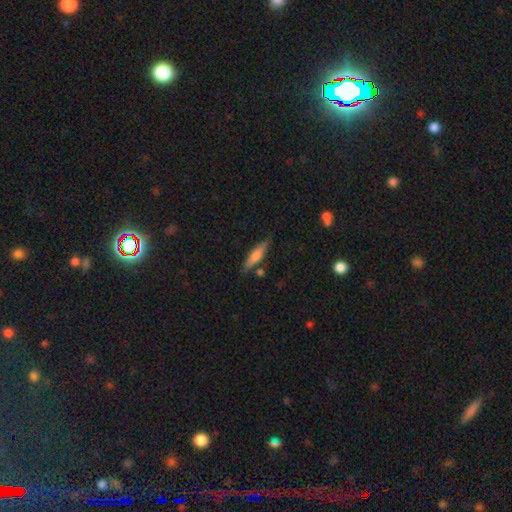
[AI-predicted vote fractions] This is likely a smooth galaxy (62%). How rounded: likely cigar-shaped (75%). Merging: likely none (78%).